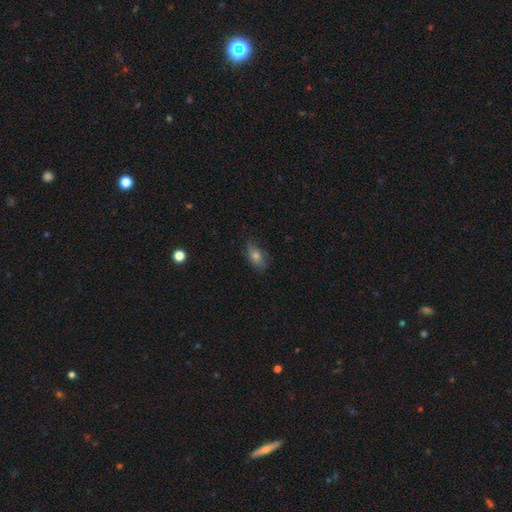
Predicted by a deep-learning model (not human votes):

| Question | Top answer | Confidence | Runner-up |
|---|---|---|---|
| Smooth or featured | smooth | 58% | featured or disk (27%) |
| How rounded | in between | 79% | round (13%) |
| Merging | none | 74% | minor disturbance (20%) |